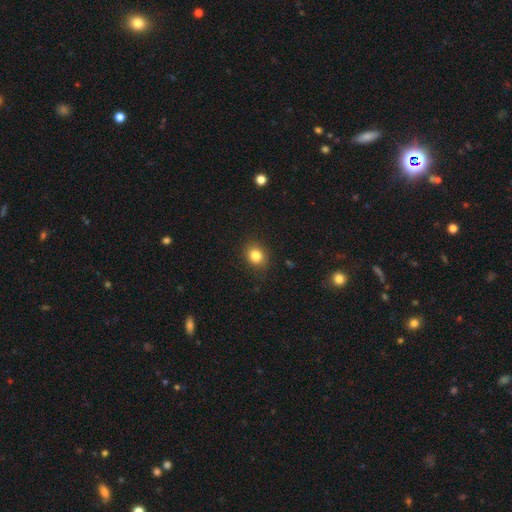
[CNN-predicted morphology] Smooth or featured? Predicted: smooth (p=0.83). How rounded? Predicted: round (p=0.63). Merging? Predicted: none (p=0.86).